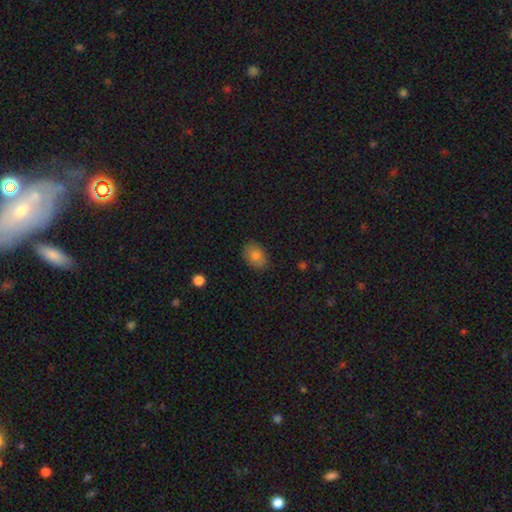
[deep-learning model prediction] The model was most divided on "how rounded": in between: 71%, round: 28%, cigar-shaped: 1%. More confident: merging — none (83%); smooth or featured — smooth (81%).